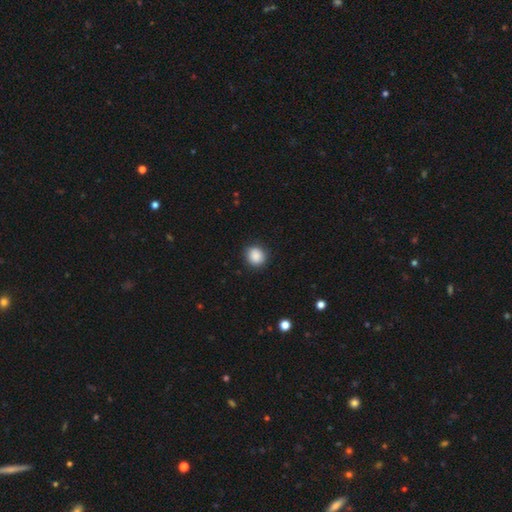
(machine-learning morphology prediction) smooth-or-featured: smooth: 88% | star or artifact: 8% | featured or disk: 3%
  how-rounded: round: 82% | in between: 18% | cigar-shaped: 1%
  merging: none: 86% | minor disturbance: 11% | major disturbance: 2% | merger: 1%